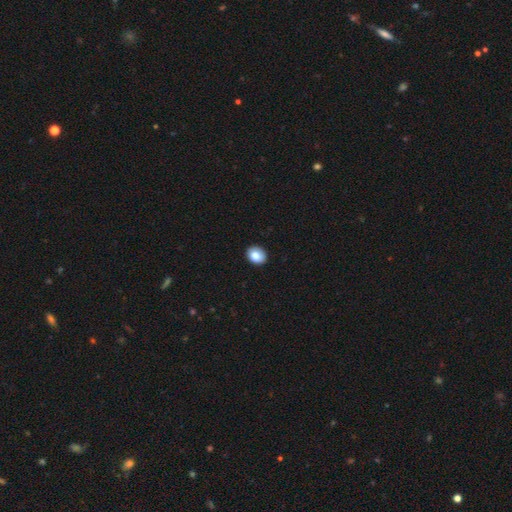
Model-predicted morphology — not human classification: smooth_or_featured: smooth (p=0.85) [alt: star or artifact p=0.08]
how_rounded: round (p=0.51) [alt: in between p=0.48]
merging: none (p=0.90) [alt: minor disturbance p=0.07]